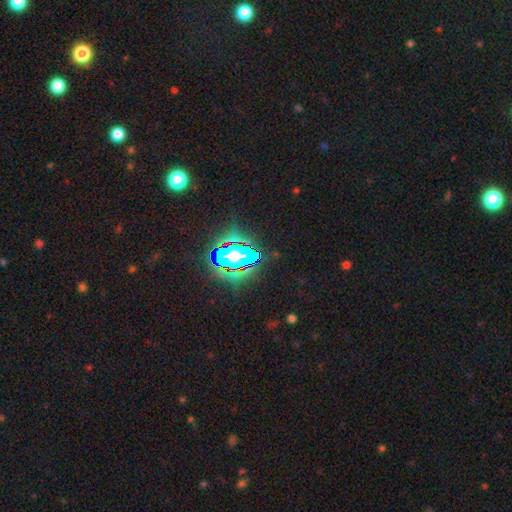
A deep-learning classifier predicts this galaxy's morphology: Smooth or featured? star or artifact (70%)